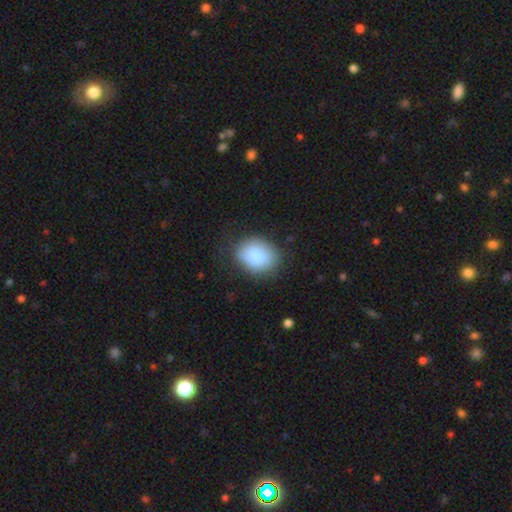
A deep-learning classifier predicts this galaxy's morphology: Smooth or featured? Predicted: smooth (p=0.82). How rounded? Predicted: in between (p=0.54). Merging? Predicted: none (p=0.68).